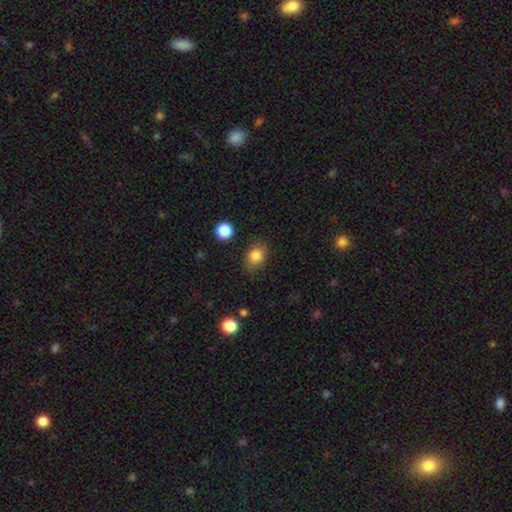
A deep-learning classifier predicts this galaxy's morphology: smooth 84%, star or artifact 10%, featured or disk 6%. Down the decision tree: how rounded — in between (63%); merging — none (79%).